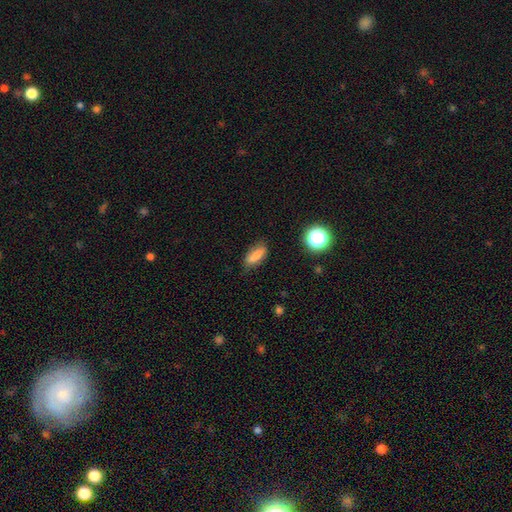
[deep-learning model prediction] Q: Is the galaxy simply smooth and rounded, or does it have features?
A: smooth — 79%.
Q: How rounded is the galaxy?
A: in between — 71%.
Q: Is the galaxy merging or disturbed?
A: none — 76%.